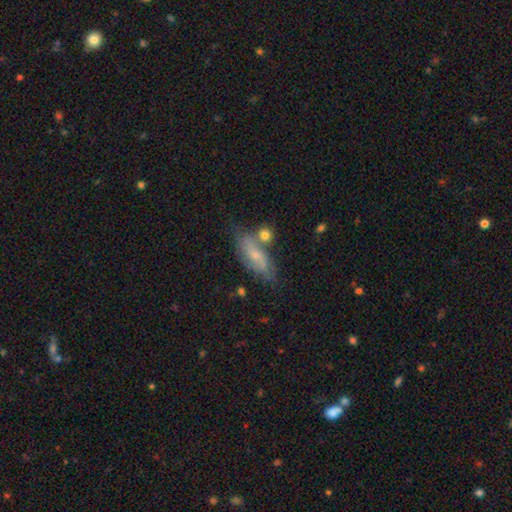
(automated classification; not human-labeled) This is possibly a smooth galaxy (47%). Merging: possibly none (54%).